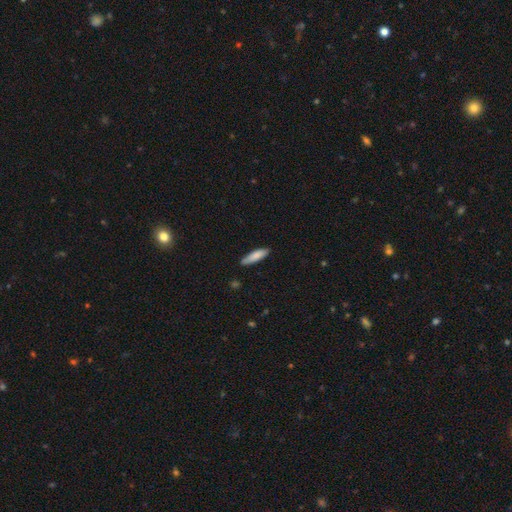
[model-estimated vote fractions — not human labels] Morphology: type=smooth (83%); roundness=cigar-shaped (67%); merging=none (82%).